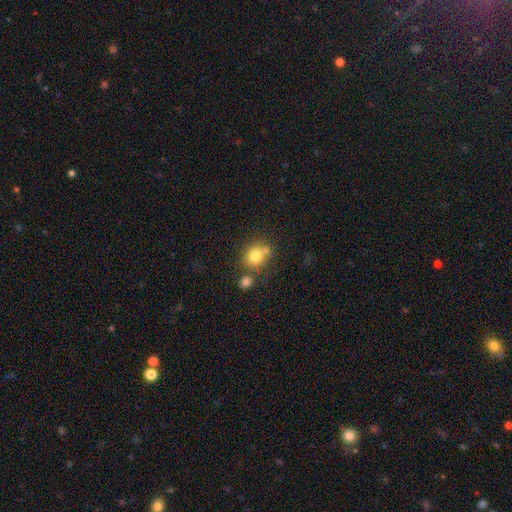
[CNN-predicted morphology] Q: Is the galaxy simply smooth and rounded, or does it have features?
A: smooth — 79%.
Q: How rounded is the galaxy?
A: round — 77%.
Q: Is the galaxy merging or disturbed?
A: none — 59%.